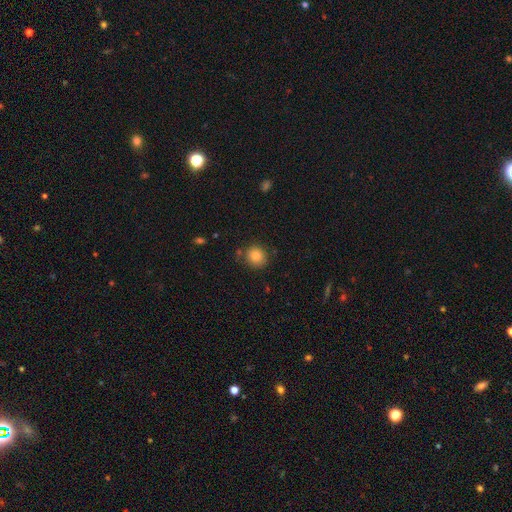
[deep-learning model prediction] smooth-or-featured: smooth: 81% | star or artifact: 11% | featured or disk: 9%
  how-rounded: round: 87% | in between: 12% | cigar-shaped: 1%
  merging: none: 83% | minor disturbance: 10% | merger: 4% | major disturbance: 3%